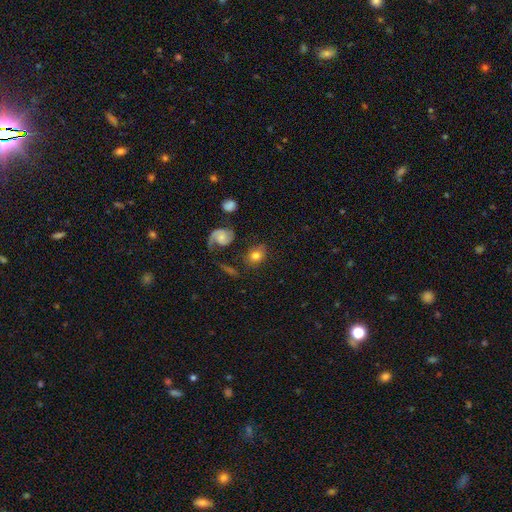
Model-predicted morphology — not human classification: smooth 68%, featured or disk 23%, star or artifact 9%. Down the decision tree: how rounded — round (50%); merging — none (68%).